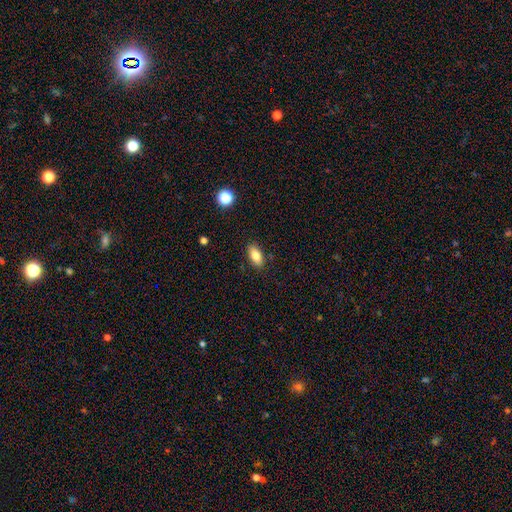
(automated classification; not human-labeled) smooth_or_featured: smooth (p=0.81) [alt: featured or disk p=0.10]
how_rounded: in between (p=0.89) [alt: cigar-shaped p=0.06]
merging: none (p=0.87) [alt: minor disturbance p=0.09]